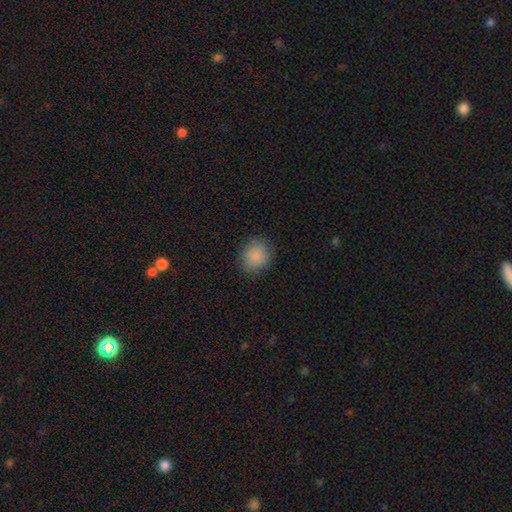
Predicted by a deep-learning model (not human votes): A smooth galaxy with no disk features (87%) that is round (72%). Merging: none (82%).